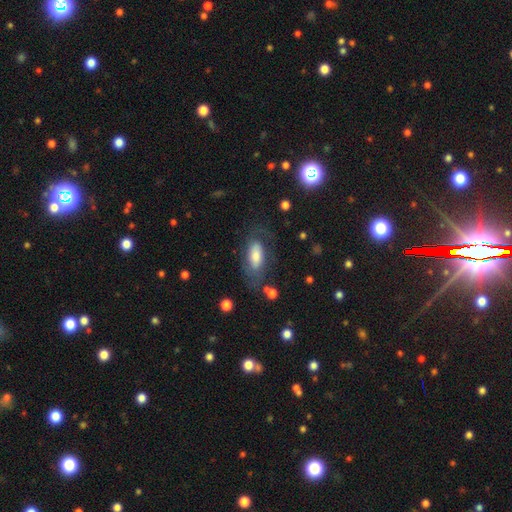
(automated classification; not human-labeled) The model was most divided on "smooth or featured": smooth: 56%, featured or disk: 36%, star or artifact: 8%. More confident: how rounded — in between (85%); merging — none (61%).